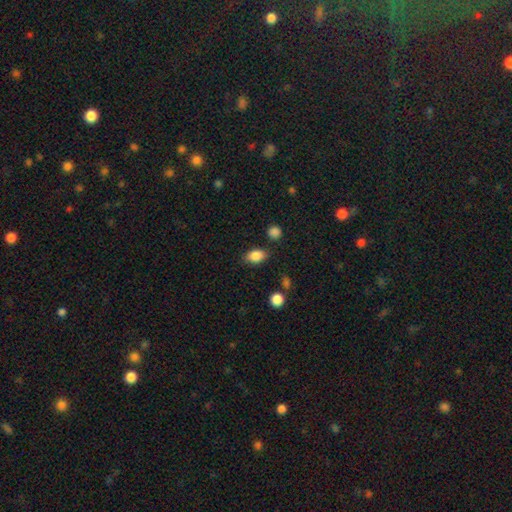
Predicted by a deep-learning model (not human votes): This appears to be a smooth galaxy with no disk features (86%) that is in between round and cigar-shaped (84%). Merging: none (80%).